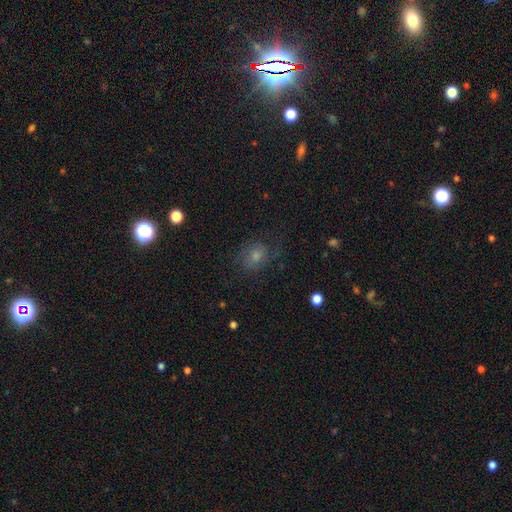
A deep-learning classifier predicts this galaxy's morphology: Q: Smooth or featured?
A: smooth (45%); runner-up: featured or disk (29%)
Q: Merging?
A: none (68%); runner-up: minor disturbance (18%)